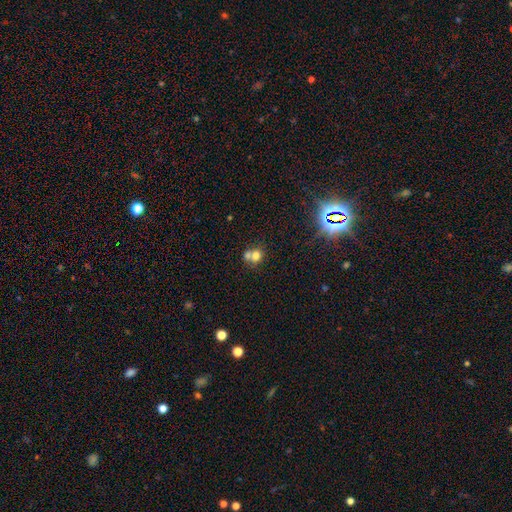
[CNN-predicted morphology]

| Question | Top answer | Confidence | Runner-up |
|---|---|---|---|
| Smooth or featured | smooth | 69% | featured or disk (17%) |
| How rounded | round | 72% | in between (27%) |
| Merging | merger | 58% | none (32%) |